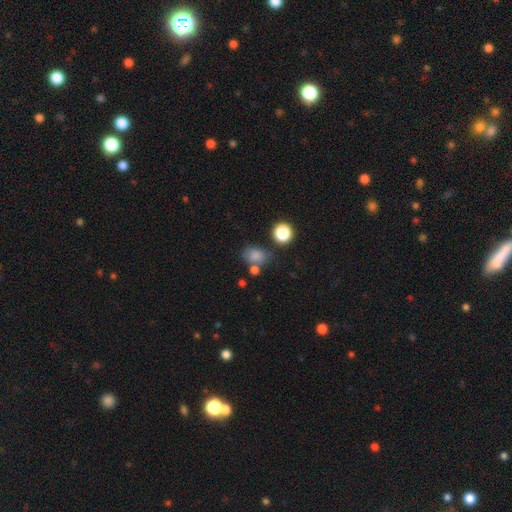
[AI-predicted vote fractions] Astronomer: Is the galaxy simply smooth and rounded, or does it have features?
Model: smooth — 79%.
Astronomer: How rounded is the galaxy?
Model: in between — 67%.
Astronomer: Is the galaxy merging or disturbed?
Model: none — 56%.